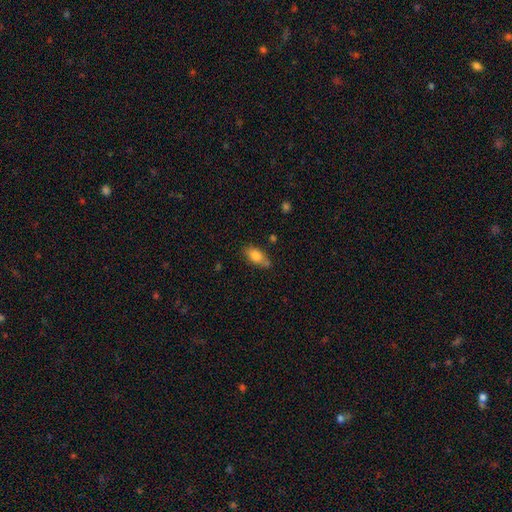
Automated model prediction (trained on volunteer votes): smooth_or_featured: smooth (p=0.79) [alt: featured or disk p=0.14]
how_rounded: in between (p=0.86) [alt: cigar-shaped p=0.10]
merging: none (p=0.69) [alt: minor disturbance p=0.21]